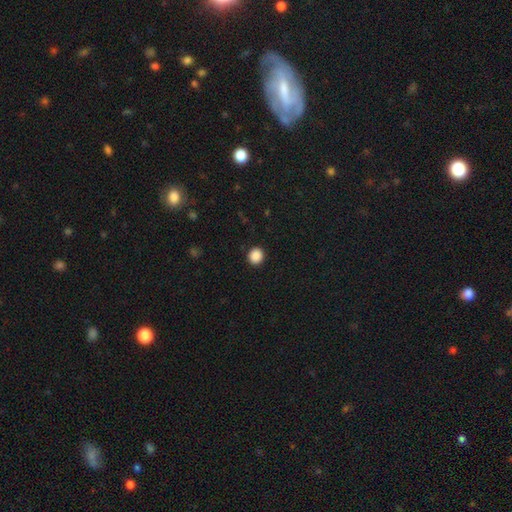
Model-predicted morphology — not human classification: This appears to be a smooth galaxy with no disk features (89%) that is round (87%). Merging: none (92%).